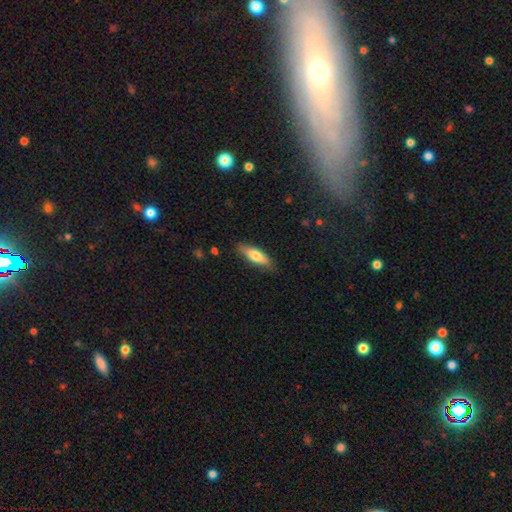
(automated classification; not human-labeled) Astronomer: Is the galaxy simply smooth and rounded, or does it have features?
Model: smooth — 72%.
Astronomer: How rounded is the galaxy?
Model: in between — 53% (runner-up: cigar-shaped, 45%).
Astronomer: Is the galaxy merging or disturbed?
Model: none — 83%.